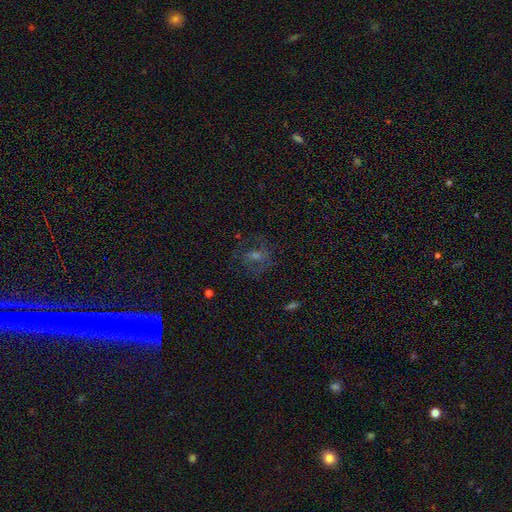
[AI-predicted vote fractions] Smooth or featured: featured or disk — 40% (smooth — 31%)
Merging: none — 69% (minor disturbance — 16%)